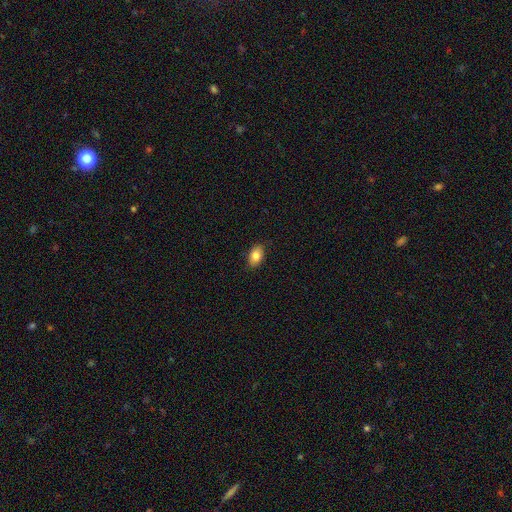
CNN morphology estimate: smooth_or_featured: smooth (p=0.83) [alt: featured or disk p=0.09]
how_rounded: in between (p=0.88) [alt: round p=0.10]
merging: none (p=0.88) [alt: minor disturbance p=0.09]